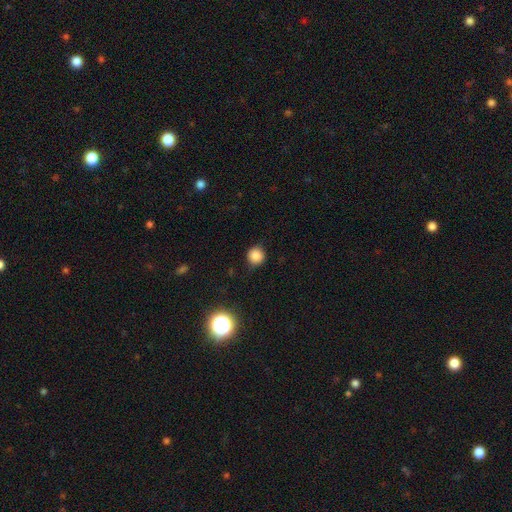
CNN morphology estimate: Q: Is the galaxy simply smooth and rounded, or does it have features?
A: smooth — 82%.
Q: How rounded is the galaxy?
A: round — 92%.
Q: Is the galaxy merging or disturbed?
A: none — 85%.